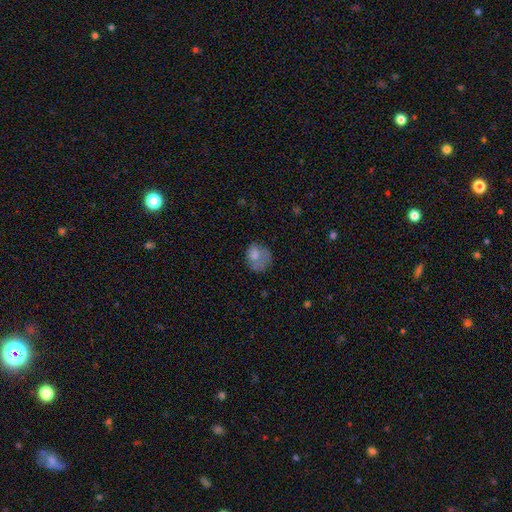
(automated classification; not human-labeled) smooth_or_featured: smooth (p=0.72) [alt: featured or disk p=0.19]
how_rounded: round (p=0.58) [alt: in between p=0.41]
merging: none (p=0.39) [alt: minor disturbance p=0.28]